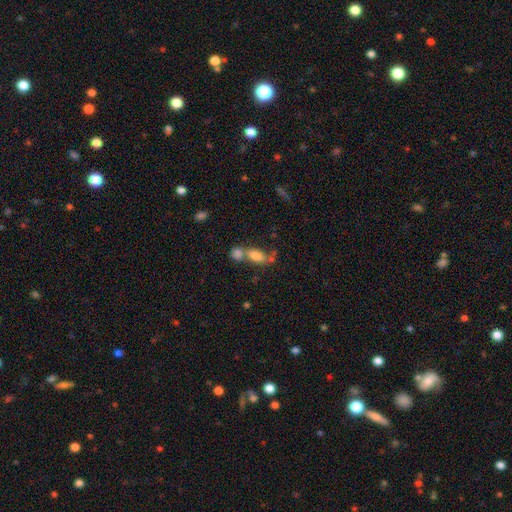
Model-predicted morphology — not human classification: Smooth or featured? smooth (77%)
How rounded? in between (80%)
Merging? merger (49%)